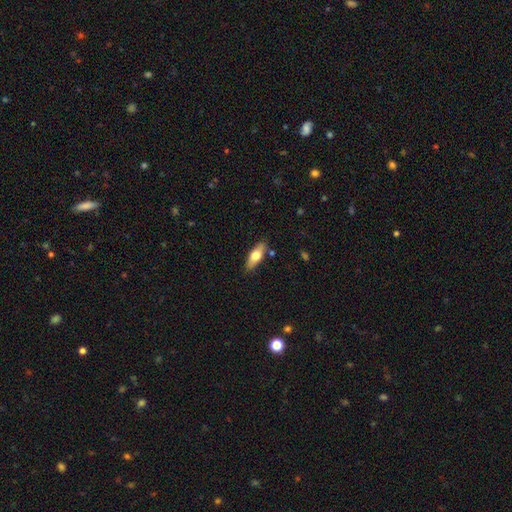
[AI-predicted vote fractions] This appears to be a smooth galaxy with no disk features (62%) that is in between round and cigar-shaped (66%). Merging: none (84%).